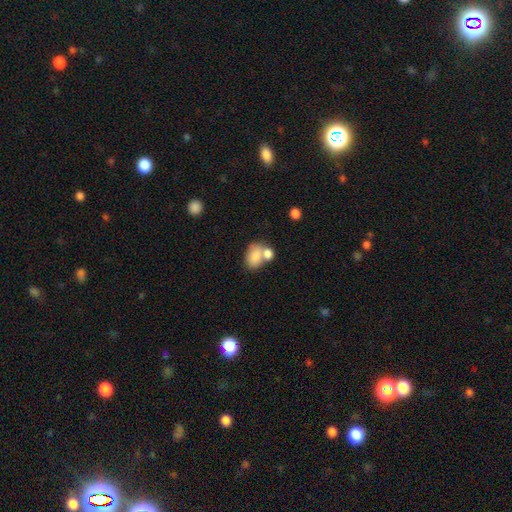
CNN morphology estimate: smooth-or-featured: smooth: 80% | featured or disk: 12% | star or artifact: 8%
  how-rounded: in between: 77% | round: 22% | cigar-shaped: 1%
  merging: merger: 52% | none: 31% | minor disturbance: 11% | major disturbance: 6%